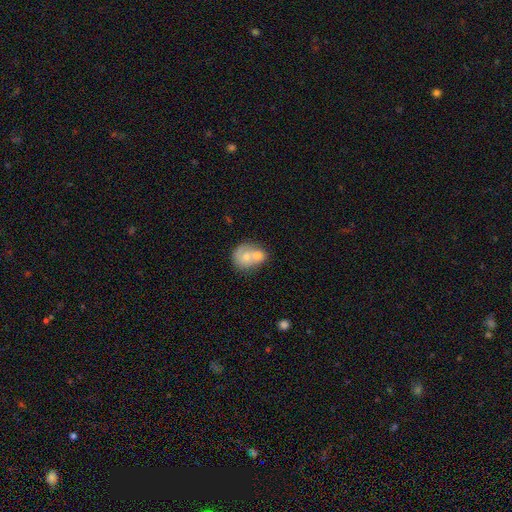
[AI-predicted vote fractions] Smooth or featured? Predicted: smooth (p=0.54). How rounded? Predicted: round (p=0.57). Merging? Predicted: merger (p=0.66).